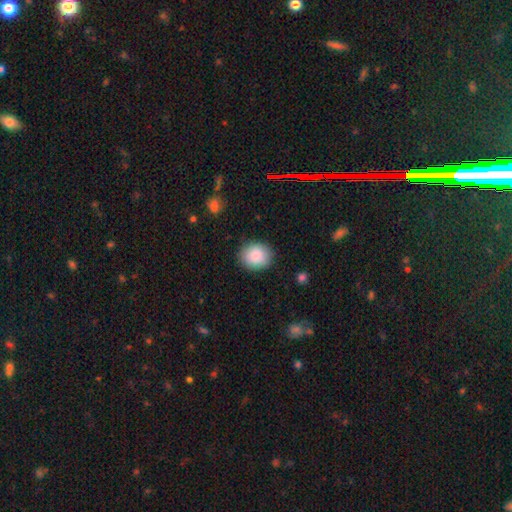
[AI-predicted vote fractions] Smooth or featured?
  - smooth: 89% *
  - star or artifact: 7%
  - featured or disk: 4%
How rounded?
  - round: 62% *
  - in between: 37%
  - cigar-shaped: 1%
Merging?
  - none: 87% *
  - minor disturbance: 10%
  - major disturbance: 3%
  - merger: 1%